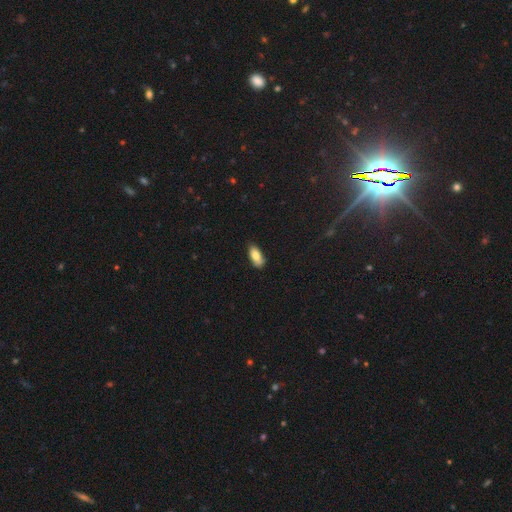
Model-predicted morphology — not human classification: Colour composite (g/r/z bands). It shows a smooth galaxy with no disk features (81%) that is in between round and cigar-shaped (88%). Merging: none (74%).